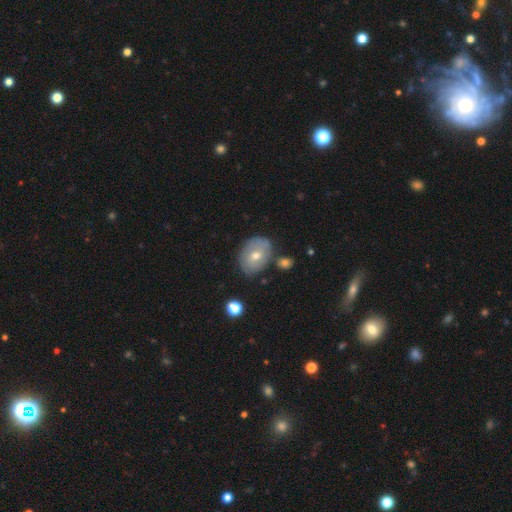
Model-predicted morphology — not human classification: Smooth or featured? Predicted: featured or disk (p=0.47). Merging? Predicted: none (p=0.70).